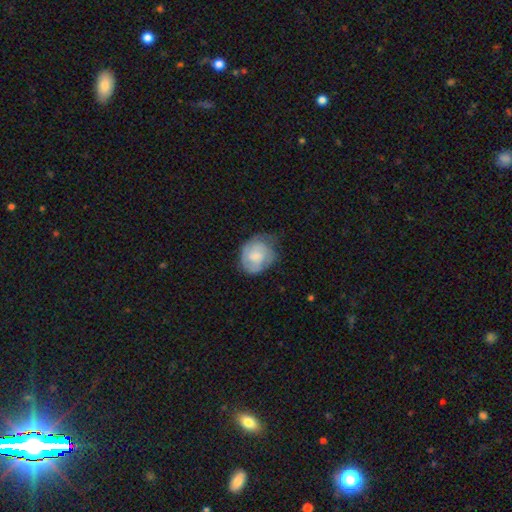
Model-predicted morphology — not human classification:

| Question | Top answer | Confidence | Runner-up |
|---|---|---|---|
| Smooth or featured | smooth | 48% | featured or disk (46%) |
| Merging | none | 46% | minor disturbance (36%) |